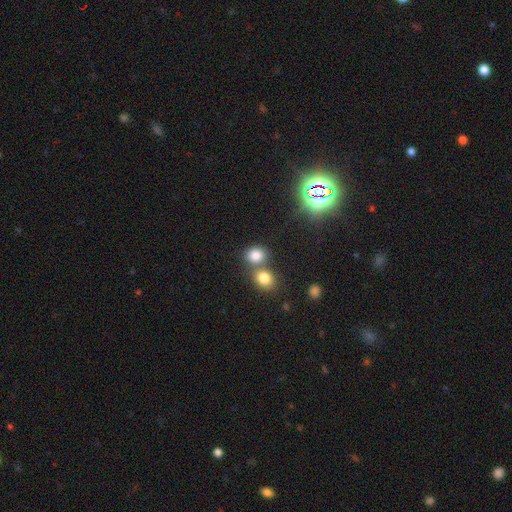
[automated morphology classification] The model was most divided on "merging": none: 50%, merger: 39%, minor disturbance: 8%, major disturbance: 3%. More confident: smooth or featured — smooth (79%); how rounded — round (66%).